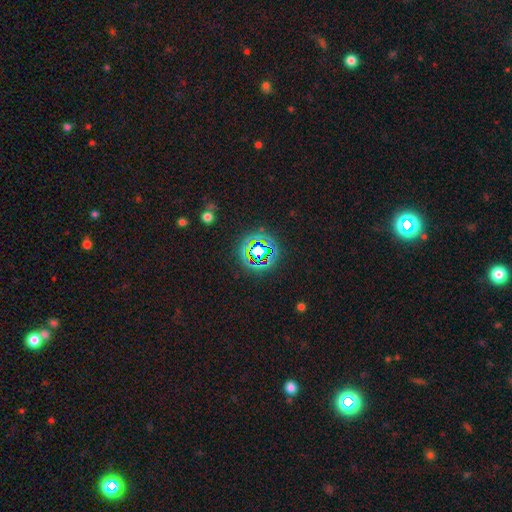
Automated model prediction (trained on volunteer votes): The model was most divided on "smooth or featured": star or artifact: 69%, smooth: 19%, featured or disk: 13%.